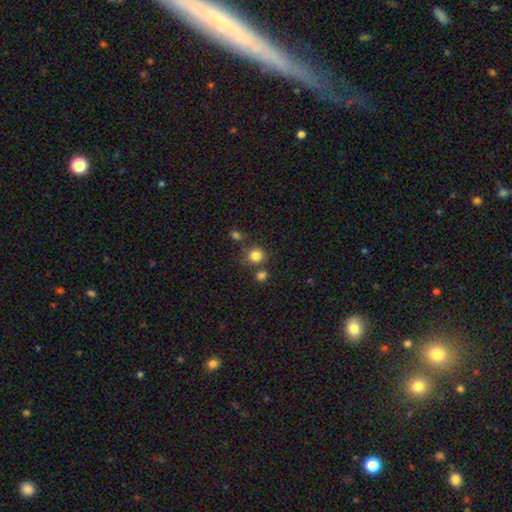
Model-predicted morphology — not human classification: This appears to be a smooth galaxy with no disk features (82%) that is round (86%). Merging: none (70%).